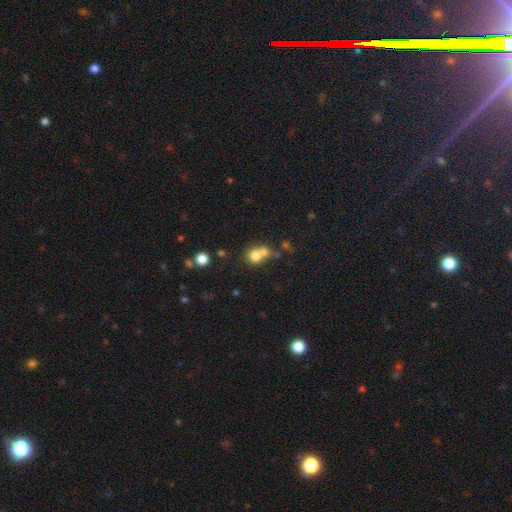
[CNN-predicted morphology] smooth 72%, featured or disk 16%, star or artifact 13%. Down the decision tree: how rounded — round (79%); merging — merger (57%).